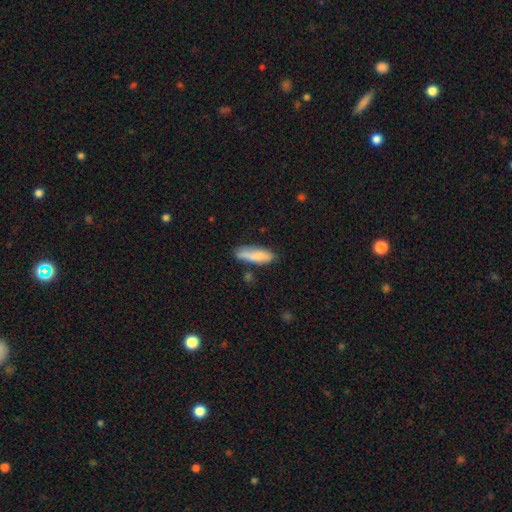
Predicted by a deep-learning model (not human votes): Smooth or featured? smooth (76%)
How rounded? cigar-shaped (57%)
Merging? none (66%)